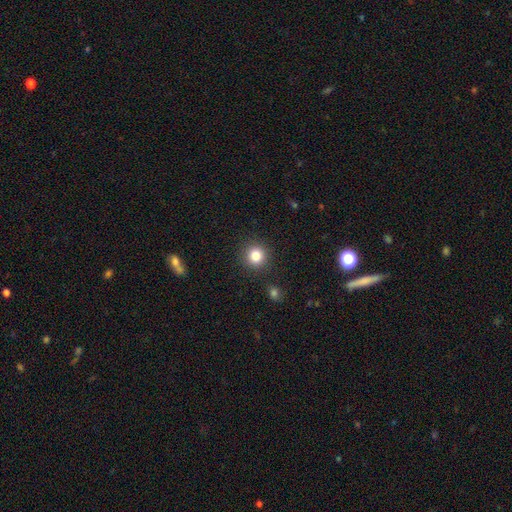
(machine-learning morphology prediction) A smooth galaxy with no disk features (83%) that is round (92%). Merging: none (89%).